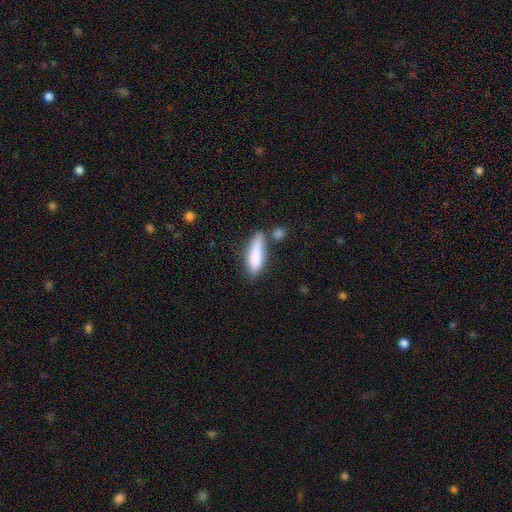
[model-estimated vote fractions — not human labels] Smooth or featured? Predicted: smooth (p=0.82). How rounded? Predicted: cigar-shaped (p=0.52). Merging? Predicted: none (p=0.55).